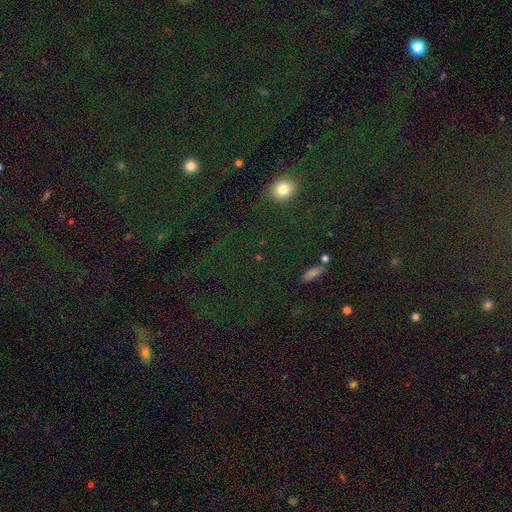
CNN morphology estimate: A star or artifact, not a galaxy (72%).

Vote fractions:
- Smooth or featured? star or artifact: 72% / smooth: 20% / featured or disk: 9%